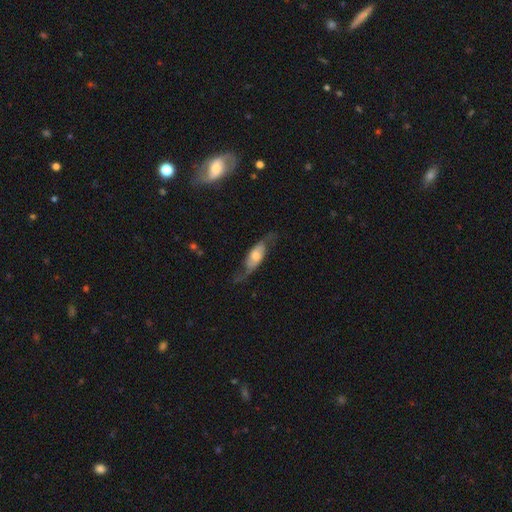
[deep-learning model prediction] Smooth or featured? featured or disk (62%)
Edge-on disk? no (78%)
Merging? none (60%)